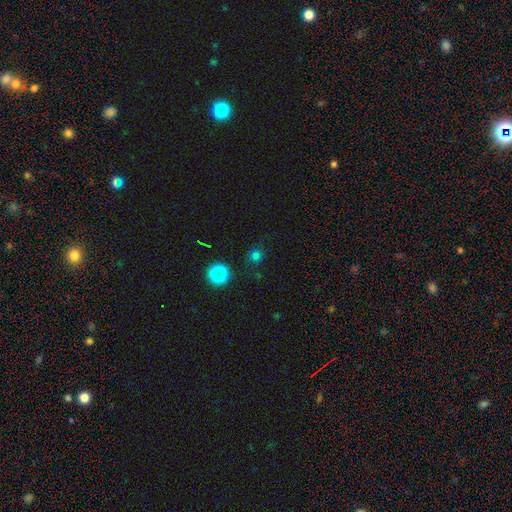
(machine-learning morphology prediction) A smooth galaxy with no disk features (75%) that is round (93%).

Vote fractions:
- Smooth or featured? smooth: 75% / star or artifact: 21% / featured or disk: 4%
- How rounded? round: 93% / in between: 6% / cigar-shaped: 1%
- Merging? none: 86% / minor disturbance: 9% / major disturbance: 3% / merger: 2%